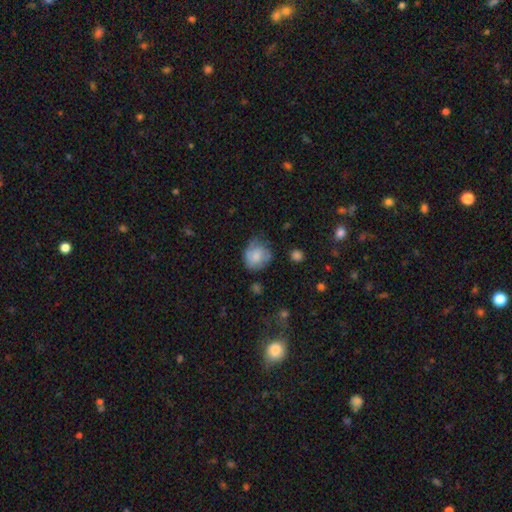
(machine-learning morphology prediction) This appears to be a smooth galaxy with no disk features (66%) that is round (73%). Merging: none (53%).